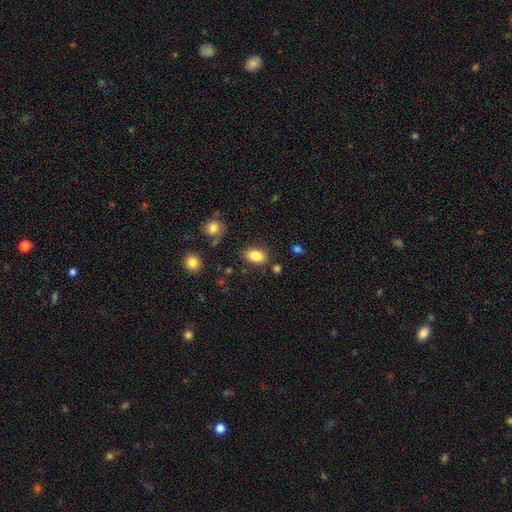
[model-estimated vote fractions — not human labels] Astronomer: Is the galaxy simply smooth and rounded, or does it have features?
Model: smooth — 85%.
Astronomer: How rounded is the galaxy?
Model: in between — 90%.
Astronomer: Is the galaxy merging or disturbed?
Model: none — 83%.